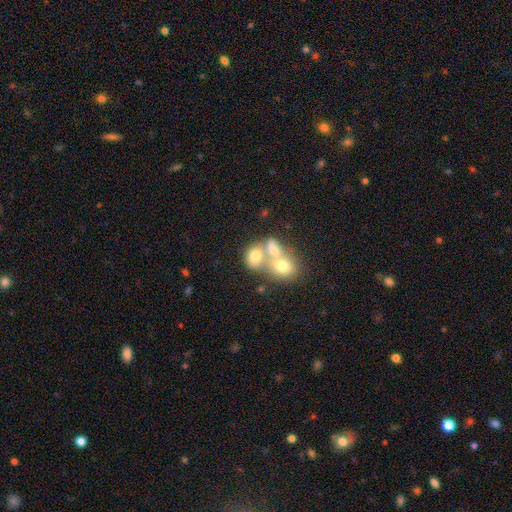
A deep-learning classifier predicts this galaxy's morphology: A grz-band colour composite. It shows a smooth galaxy with no disk features (68%) that is in between round and cigar-shaped (51%). Merging: merger (60%).